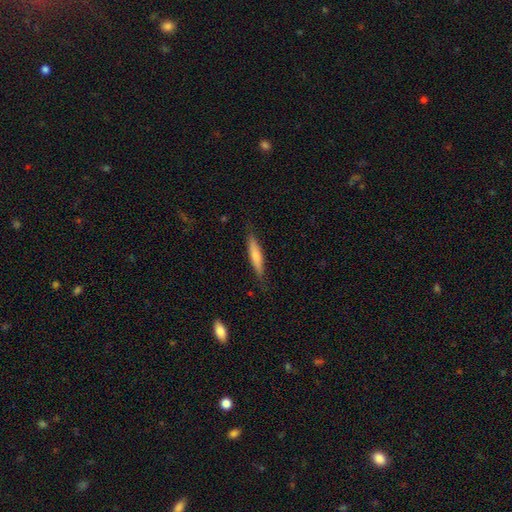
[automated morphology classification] smooth_or_featured: smooth (p=0.64) [alt: featured or disk p=0.31]
how_rounded: cigar-shaped (p=0.85) [alt: in between p=0.13]
merging: none (p=0.83) [alt: minor disturbance p=0.13]